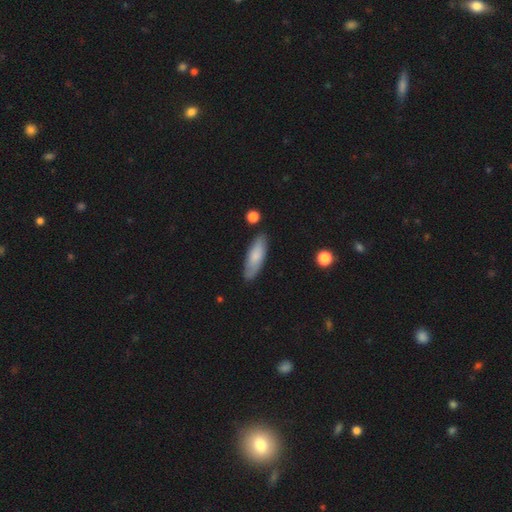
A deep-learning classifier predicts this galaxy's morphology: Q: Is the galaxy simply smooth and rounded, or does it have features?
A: smooth — 77%.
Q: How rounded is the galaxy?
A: in between — 55%.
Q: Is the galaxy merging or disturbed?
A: none — 83%.